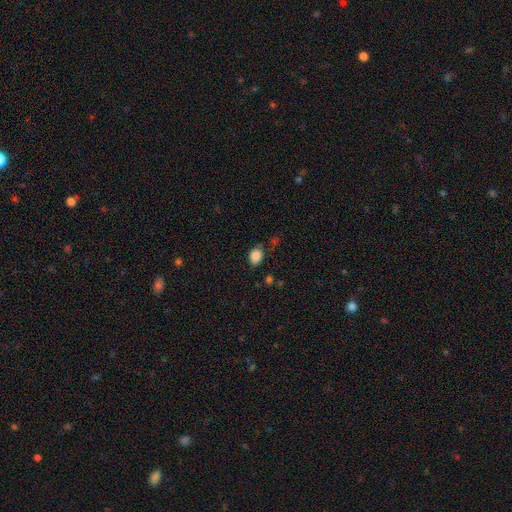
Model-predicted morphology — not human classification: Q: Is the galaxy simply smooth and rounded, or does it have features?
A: smooth — 86%.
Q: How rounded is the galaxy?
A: in between — 61%.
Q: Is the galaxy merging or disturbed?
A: none — 76%.